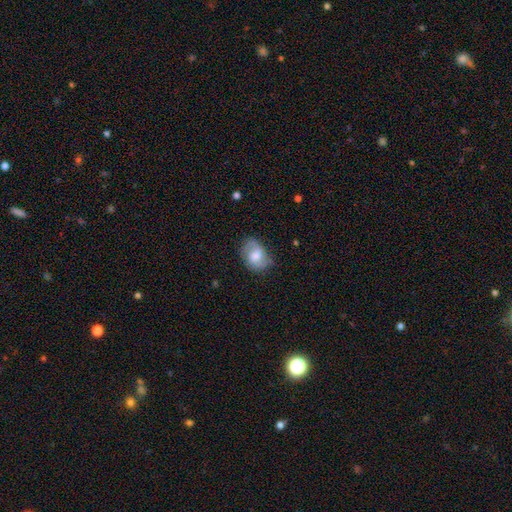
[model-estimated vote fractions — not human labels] Overall: smooth (53%; featured or disk 39%). How rounded: in between (73%). Merging: none (58%; minor disturbance 29%).